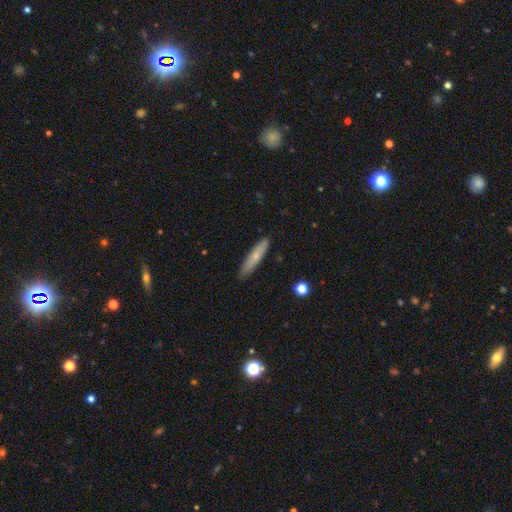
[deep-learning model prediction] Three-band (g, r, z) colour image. It shows a smooth galaxy with no disk features (68%) that is cigar-shaped (85%). Merging: none (88%).